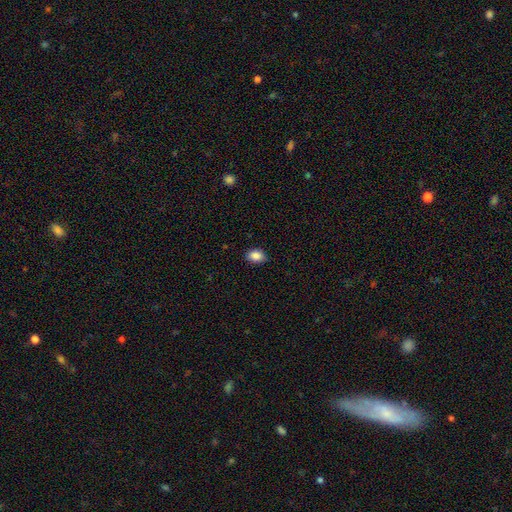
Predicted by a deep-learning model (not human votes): Smooth or featured?
  - smooth: 88% *
  - star or artifact: 9%
  - featured or disk: 4%
How rounded?
  - in between: 71% *
  - round: 28%
  - cigar-shaped: 1%
Merging?
  - none: 83% *
  - minor disturbance: 14%
  - major disturbance: 2%
  - merger: 1%